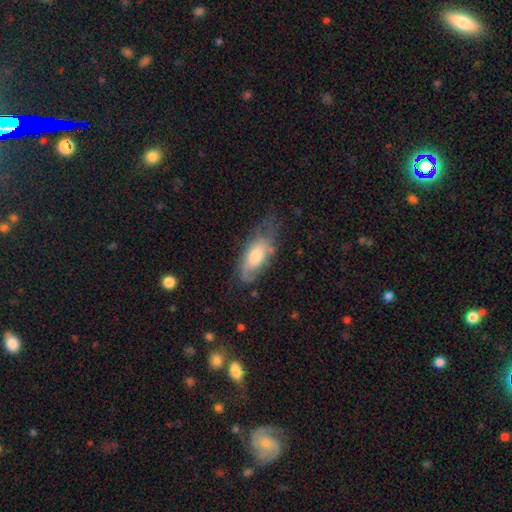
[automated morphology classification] This is possibly a smooth galaxy (51%). How rounded: clearly in between (81%). Merging: possibly none (47%).